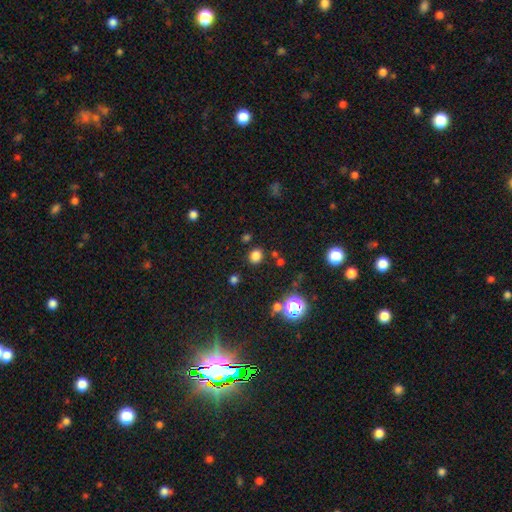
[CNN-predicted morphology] Smooth or featured?
  - smooth: 78% *
  - star or artifact: 18%
  - featured or disk: 4%
How rounded?
  - round: 77% *
  - in between: 22%
  - cigar-shaped: 1%
Merging?
  - none: 86% *
  - minor disturbance: 8%
  - merger: 4%
  - major disturbance: 3%